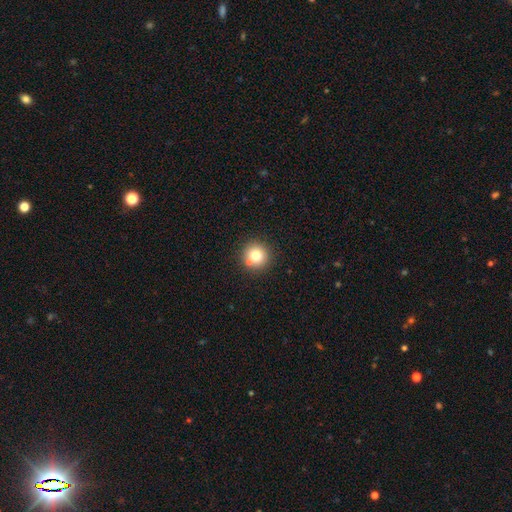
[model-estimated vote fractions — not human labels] A smooth galaxy with no disk features (76%) that is round (94%). Merging: none (79%).